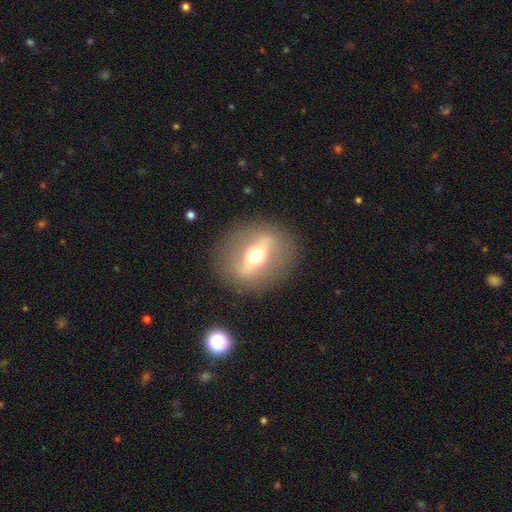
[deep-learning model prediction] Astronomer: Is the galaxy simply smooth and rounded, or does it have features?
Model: featured or disk — 68%.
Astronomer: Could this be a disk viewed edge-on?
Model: no — 65%.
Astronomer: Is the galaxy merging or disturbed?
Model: none — 85%.